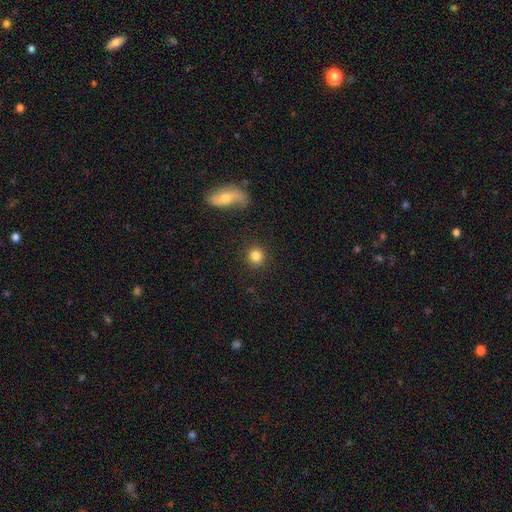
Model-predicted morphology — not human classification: smooth-or-featured: smooth: 83% | star or artifact: 10% | featured or disk: 7%
  how-rounded: round: 87% | in between: 12% | cigar-shaped: 1%
  merging: none: 89% | minor disturbance: 6% | major disturbance: 3% | merger: 2%